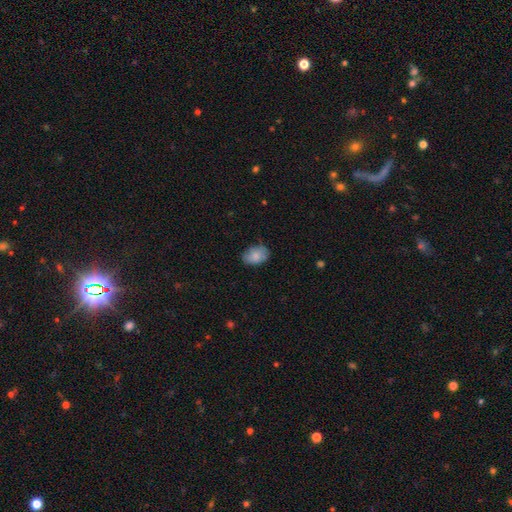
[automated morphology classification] Q: Smooth or featured?
A: smooth (84%); runner-up: featured or disk (9%)
Q: How rounded?
A: in between (84%); runner-up: round (15%)
Q: Merging?
A: none (75%); runner-up: minor disturbance (20%)